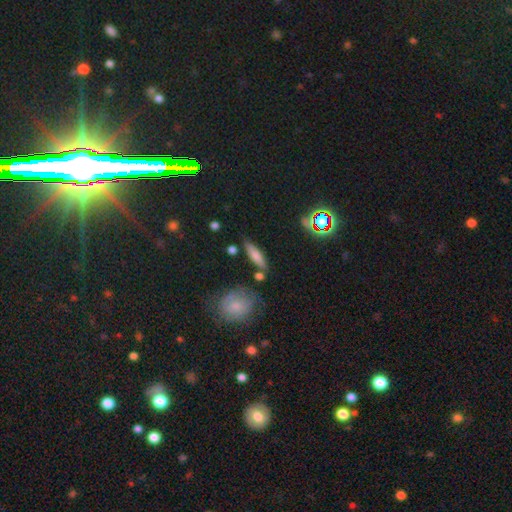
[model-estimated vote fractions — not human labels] A smooth galaxy with no disk features (65%) that is cigar-shaped (65%). Merging: none (76%).